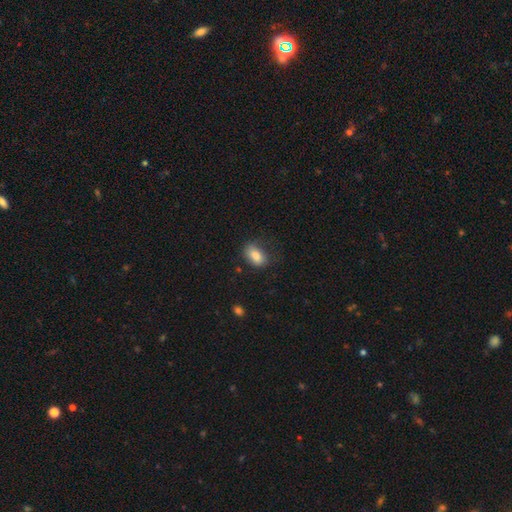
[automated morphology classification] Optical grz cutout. It shows a smooth galaxy with no disk features (82%) that is in between round and cigar-shaped (87%). Merging: none (67%).